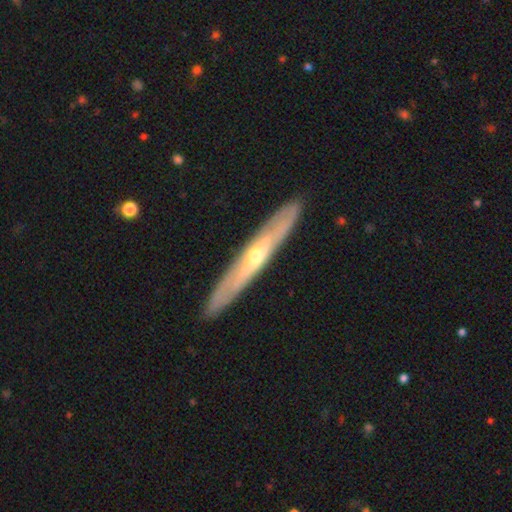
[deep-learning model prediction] Smooth or featured: featured or disk — 75% (smooth — 20%)
Edge-on disk: yes — 83% (no — 17%)
Edge-on bulge: rounded — 73% (none — 25%)
Merging: none — 89% (minor disturbance — 8%)